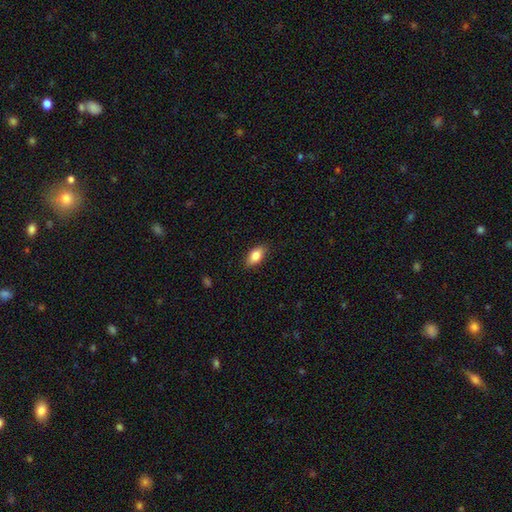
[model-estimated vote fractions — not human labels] smooth-or-featured: smooth: 84% | featured or disk: 9% | star or artifact: 7%
  how-rounded: in between: 89% | round: 5% | cigar-shaped: 5%
  merging: none: 86% | minor disturbance: 10% | major disturbance: 2% | merger: 1%